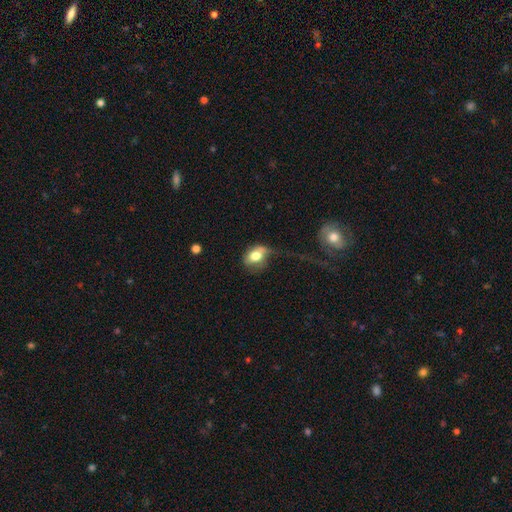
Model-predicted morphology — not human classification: smooth-or-featured: smooth: 69% | featured or disk: 22% | star or artifact: 9%
  how-rounded: in between: 70% | round: 28% | cigar-shaped: 2%
  merging: major disturbance: 39% | none: 27% | minor disturbance: 27% | merger: 7%